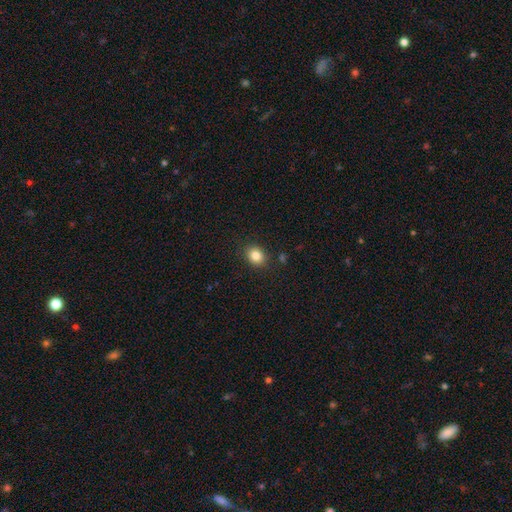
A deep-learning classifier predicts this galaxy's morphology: The model was most divided on "how rounded": round: 57%, in between: 42%, cigar-shaped: 1%. More confident: merging — none (87%); smooth or featured — smooth (84%).